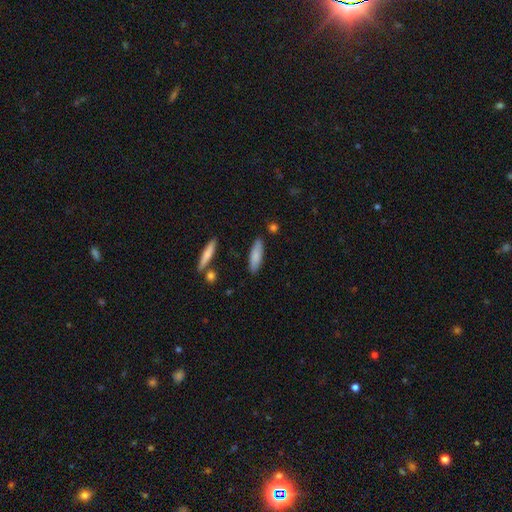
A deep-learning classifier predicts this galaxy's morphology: smooth-or-featured: smooth: 81% | featured or disk: 13% | star or artifact: 6%
  how-rounded: cigar-shaped: 55% | in between: 43% | round: 2%
  merging: none: 85% | minor disturbance: 10% | merger: 3% | major disturbance: 2%